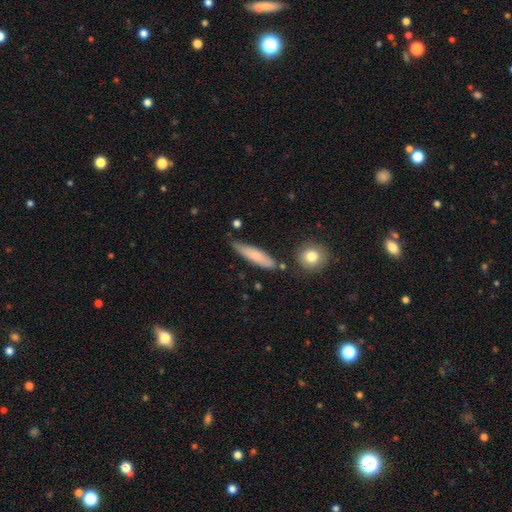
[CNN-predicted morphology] A smooth galaxy with no disk features (72%) that is cigar-shaped (75%). Merging: none (69%).